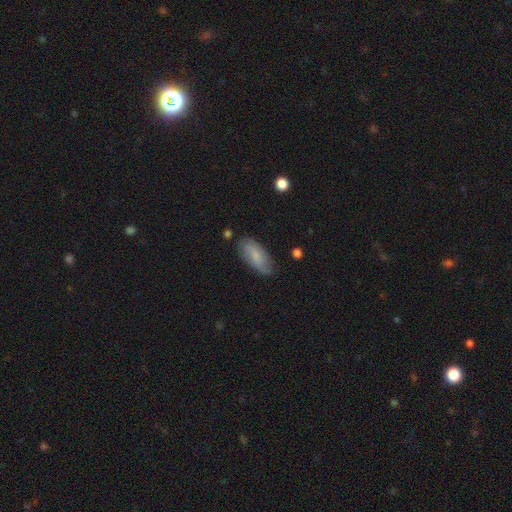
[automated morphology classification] Smooth or featured: smooth — 69% (featured or disk — 24%)
How rounded: in between — 88% (cigar-shaped — 10%)
Merging: none — 76% (minor disturbance — 19%)